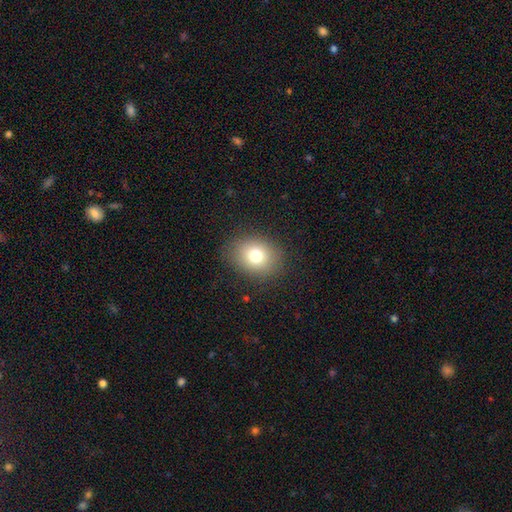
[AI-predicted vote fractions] This appears to be a smooth galaxy with no disk features (76%) that is round (55%). Merging: none (85%).